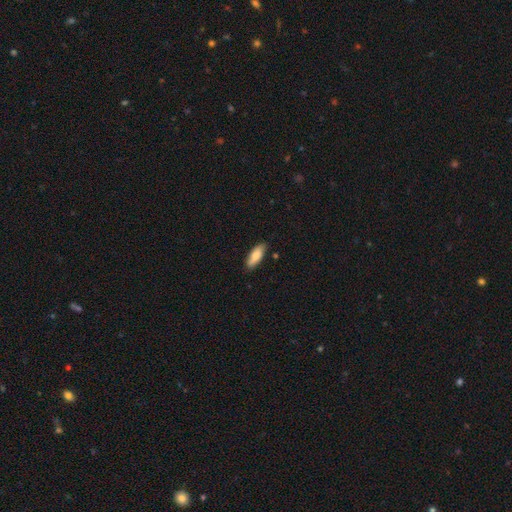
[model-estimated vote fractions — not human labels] Smooth or featured? Predicted: smooth (p=0.81). How rounded? Predicted: in between (p=0.67). Merging? Predicted: none (p=0.84).